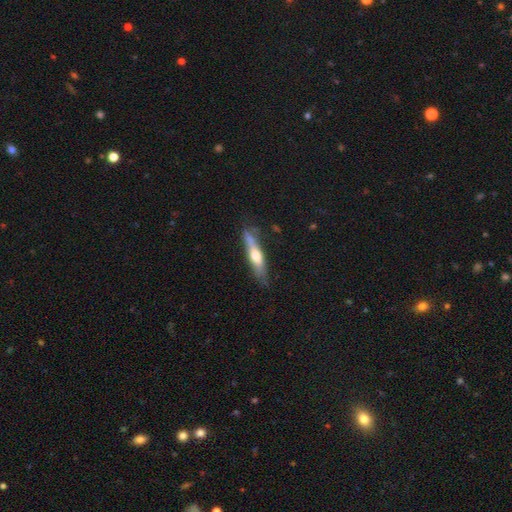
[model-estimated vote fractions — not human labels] Smooth or featured?
  - smooth: 47% * (tied)
  - featured or disk: 47% * (tied)
  - star or artifact: 6%
Merging?
  - none: 66% *
  - minor disturbance: 23%
  - major disturbance: 7%
  - merger: 4%